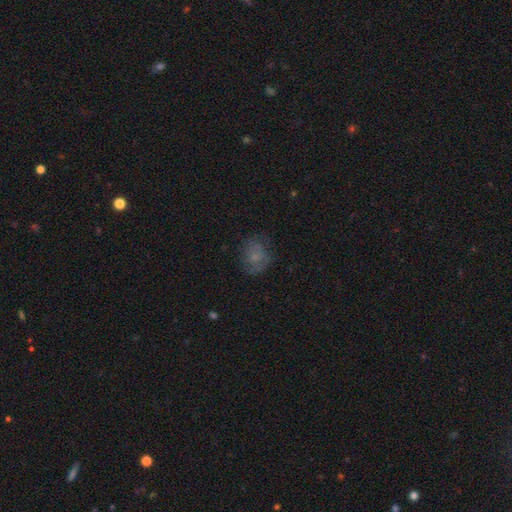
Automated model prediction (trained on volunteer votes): Smooth or featured? smooth (57%)
How rounded? round (59%)
Merging? none (60%)